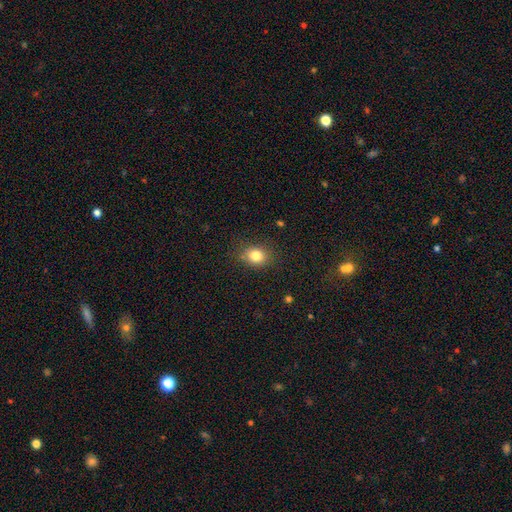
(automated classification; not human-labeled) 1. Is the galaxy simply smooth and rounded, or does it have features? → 82% smooth, 11% star or artifact, 7% featured or disk.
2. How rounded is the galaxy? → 59% round, 40% in between, 1% cigar-shaped.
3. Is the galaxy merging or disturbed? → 82% none, 13% minor disturbance, 4% major disturbance, 1% merger.